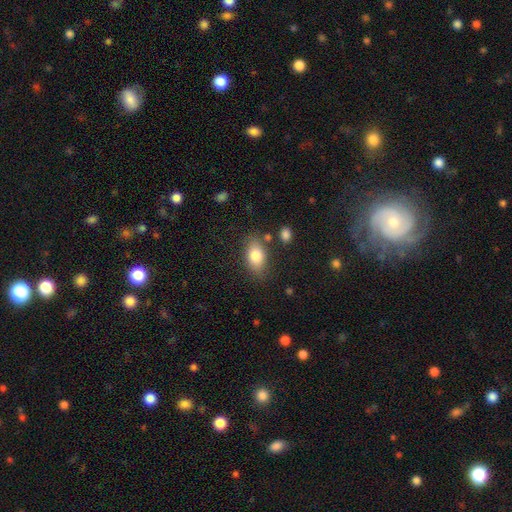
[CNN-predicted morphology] Smooth or featured? Predicted: smooth (p=0.82). How rounded? Predicted: in between (p=0.88). Merging? Predicted: none (p=0.79).